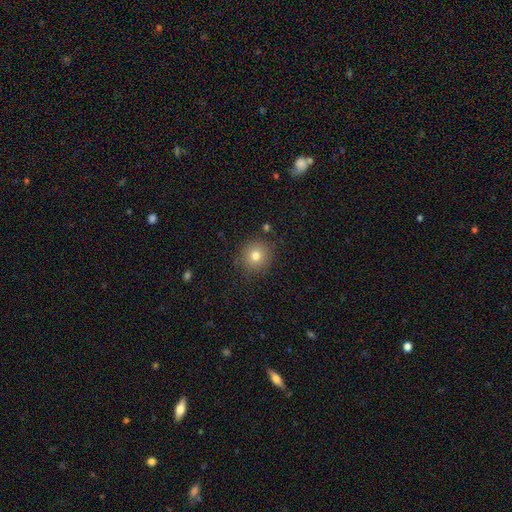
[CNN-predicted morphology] Overall: smooth (78%). How rounded: round (92%). Merging: none (86%).